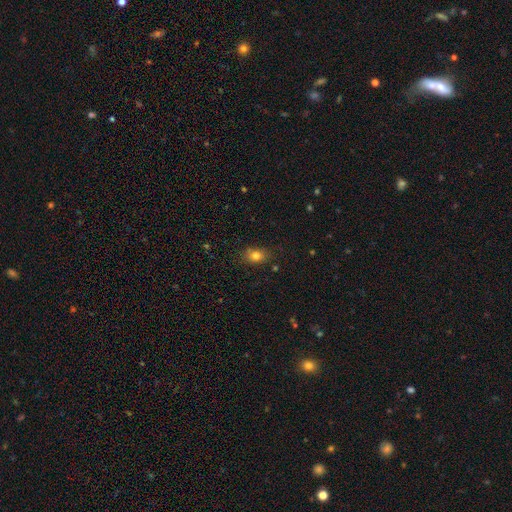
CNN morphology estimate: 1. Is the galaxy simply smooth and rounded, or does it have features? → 80% smooth, 12% star or artifact, 8% featured or disk.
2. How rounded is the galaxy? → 71% in between, 26% round, 2% cigar-shaped.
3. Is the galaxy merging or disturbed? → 80% none, 14% minor disturbance, 3% major disturbance, 2% merger.